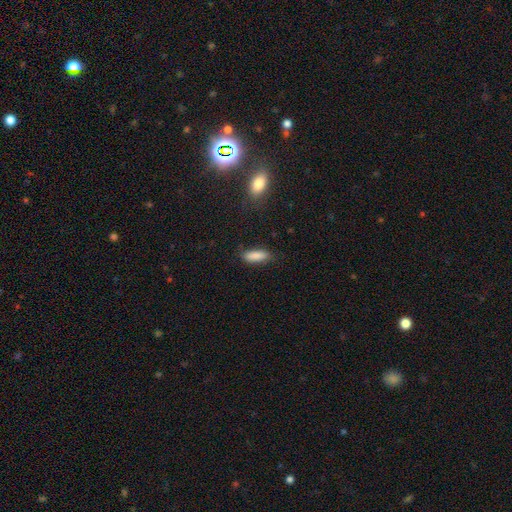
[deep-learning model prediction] Smooth or featured: smooth — 87% (star or artifact — 7%)
How rounded: in between — 58% (cigar-shaped — 40%)
Merging: none — 79% (minor disturbance — 15%)